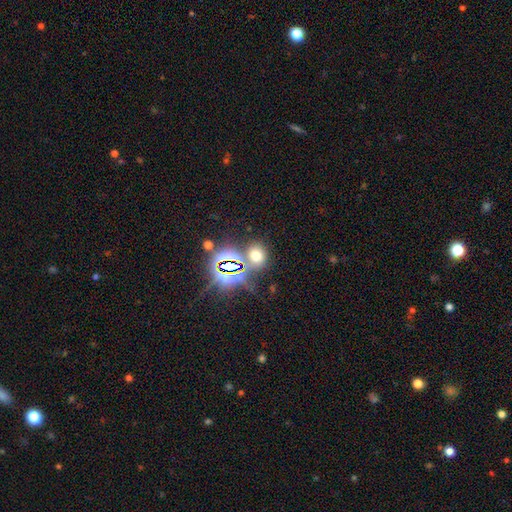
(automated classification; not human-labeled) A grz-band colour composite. It shows a smooth galaxy with no disk features (56%) that is round (61%). Merging: none (71%).